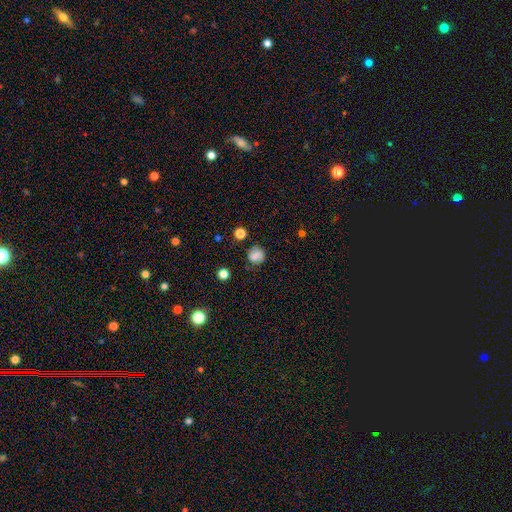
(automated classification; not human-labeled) smooth-or-featured: smooth: 76% | star or artifact: 13% | featured or disk: 11%
  how-rounded: round: 82% | in between: 17% | cigar-shaped: 1%
  merging: none: 69% | minor disturbance: 21% | major disturbance: 7% | merger: 3%